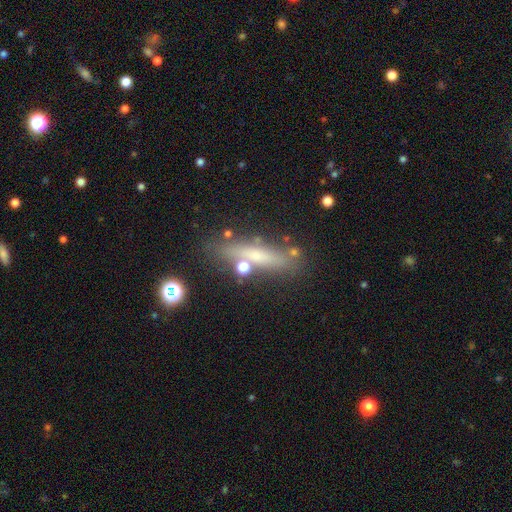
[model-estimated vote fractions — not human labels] The model was most divided on "smooth or featured": smooth: 49%, featured or disk: 37%, star or artifact: 14%. More confident: merging — none (73%).